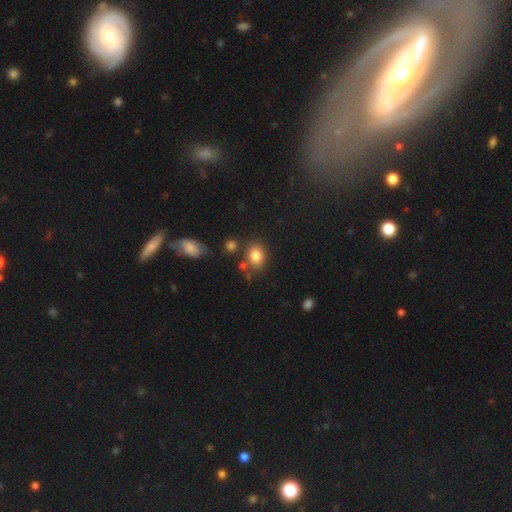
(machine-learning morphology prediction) Smooth or featured?
  - smooth: 83% *
  - star or artifact: 10%
  - featured or disk: 7%
How rounded?
  - in between: 56% *
  - round: 43%
  - cigar-shaped: 1%
Merging?
  - none: 71% *
  - minor disturbance: 14%
  - merger: 10%
  - major disturbance: 5%